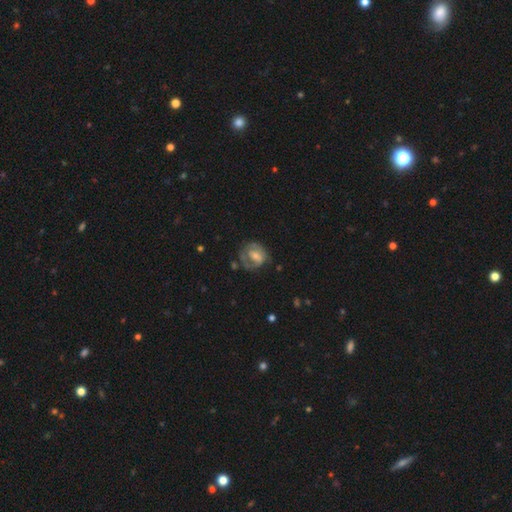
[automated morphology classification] Smooth or featured?
  - featured or disk: 55% *
  - smooth: 38%
  - star or artifact: 7%
Edge-on disk?
  - no: 97% *
  - yes: 3%
Bar?
  - no: 46% *
  - weak: 41%
  - strong: 13%
Spiral arms?
  - yes: 60% *
  - no: 40%
Bulge size?
  - moderate: 45% *
  - small: 39%
  - none: 8%
  - large: 6%
  - dominant: 1%
Merging?
  - none: 50% *
  - minor disturbance: 25%
  - major disturbance: 21%
  - merger: 4%